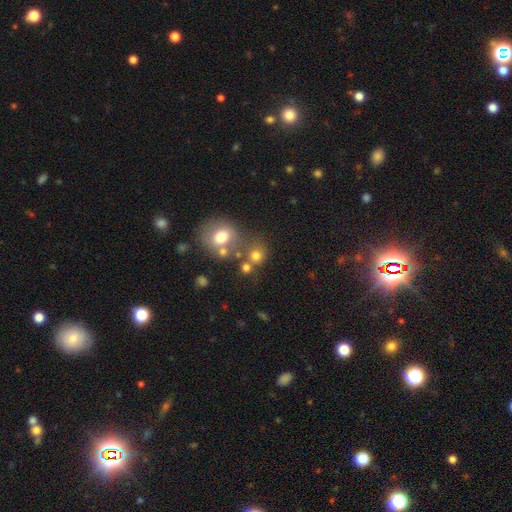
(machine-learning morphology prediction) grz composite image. It shows a smooth galaxy with no disk features (73%) that is round (82%). Merging: none (54%).